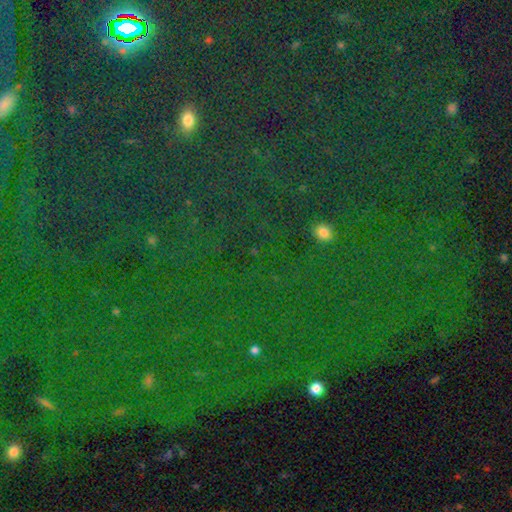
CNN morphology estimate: The model was most divided on "smooth or featured": star or artifact: 81%, smooth: 11%, featured or disk: 8%.